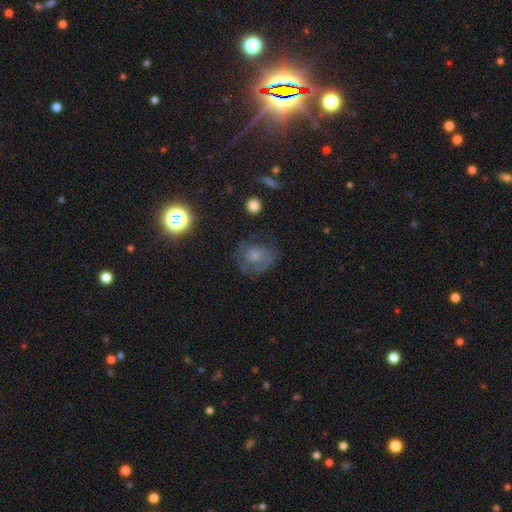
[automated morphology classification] Q: Smooth or featured?
A: smooth (50%); runner-up: featured or disk (34%)
Q: How rounded?
A: round (65%); runner-up: in between (34%)
Q: Merging?
A: none (49%); runner-up: minor disturbance (25%)